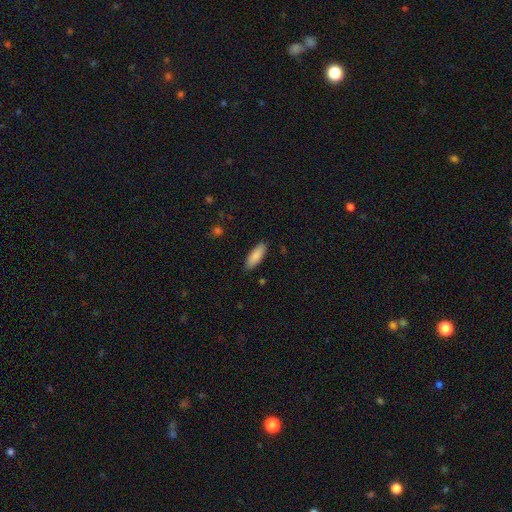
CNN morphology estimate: Smooth or featured? smooth (88%)
How rounded? in between (64%)
Merging? none (88%)